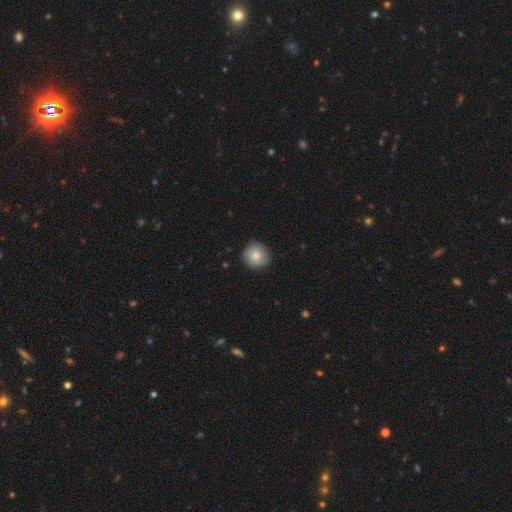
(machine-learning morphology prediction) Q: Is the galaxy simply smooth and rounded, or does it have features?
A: smooth — 79%.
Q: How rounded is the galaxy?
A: round — 92%.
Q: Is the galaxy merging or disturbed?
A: none — 85%.